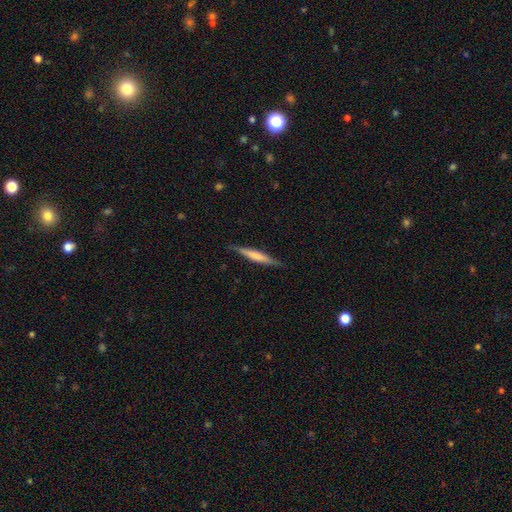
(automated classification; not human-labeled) This is possibly a smooth galaxy (49%). Merging: clearly none (87%).